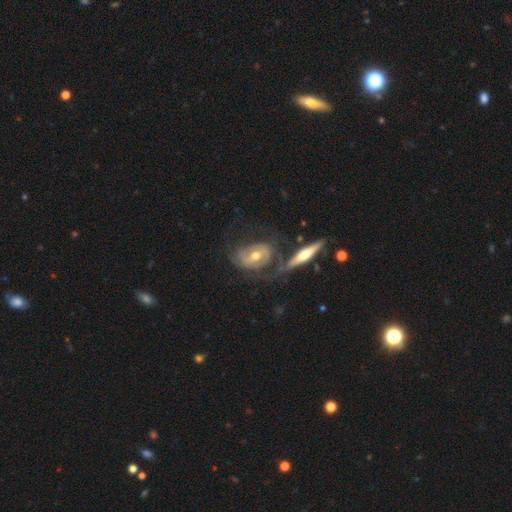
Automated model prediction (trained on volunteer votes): Smooth or featured? featured or disk (74%)
Edge-on disk? no (87%)
Bar? no (49%)
Spiral arms? yes (72%)
Bulge size? moderate (69%)
Merging? none (43%)